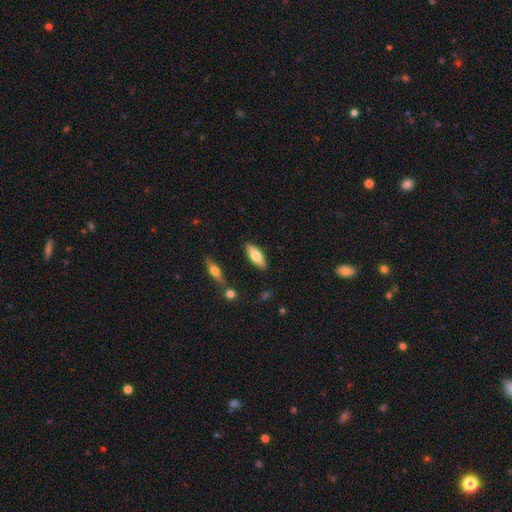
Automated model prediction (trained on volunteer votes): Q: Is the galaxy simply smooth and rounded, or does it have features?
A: smooth — 68%.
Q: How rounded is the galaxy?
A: in between — 67%.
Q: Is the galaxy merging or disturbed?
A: none — 85%.